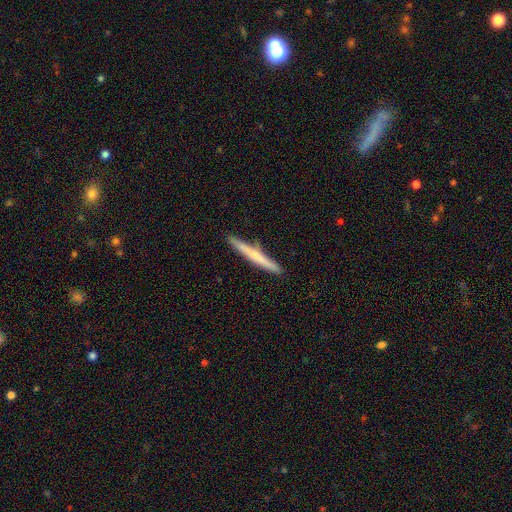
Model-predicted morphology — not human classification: type=smooth (48%); merging=none (89%).